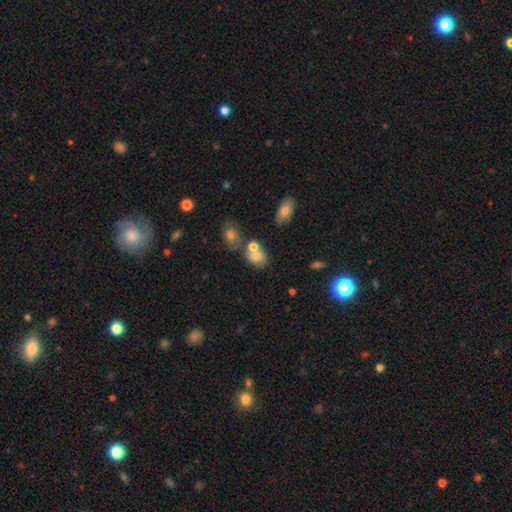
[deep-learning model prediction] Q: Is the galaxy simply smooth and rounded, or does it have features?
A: smooth — 72%.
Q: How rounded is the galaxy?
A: in between — 62%.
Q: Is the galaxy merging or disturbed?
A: none — 40%.